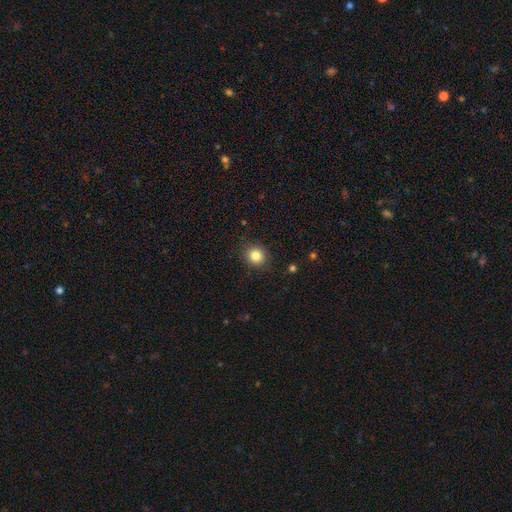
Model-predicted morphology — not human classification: Overall: smooth (83%). How rounded: round (86%). Merging: none (89%).